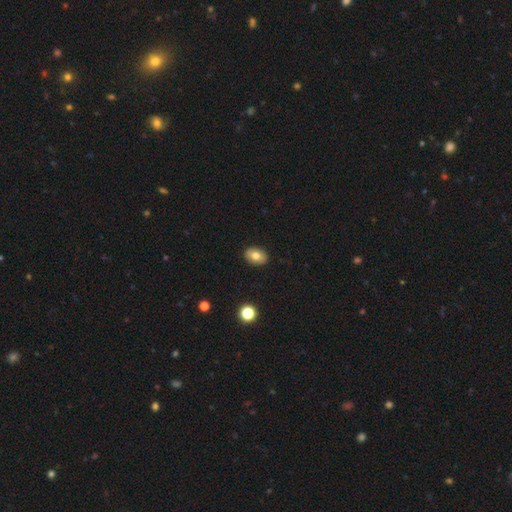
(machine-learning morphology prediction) smooth_or_featured: smooth (p=0.76) [alt: featured or disk p=0.16]
how_rounded: in between (p=0.79) [alt: round p=0.20]
merging: none (p=0.89) [alt: minor disturbance p=0.08]